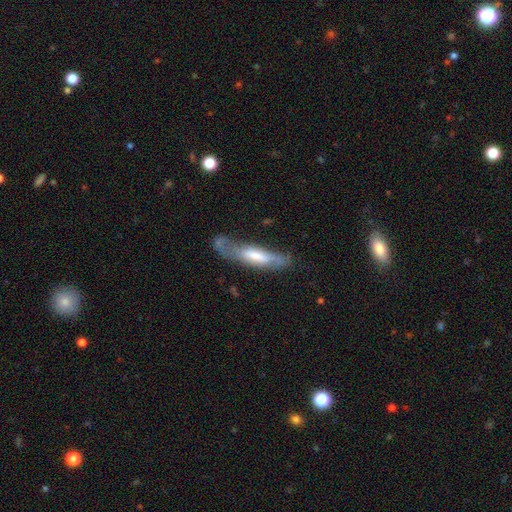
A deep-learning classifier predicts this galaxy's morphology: Smooth or featured? Predicted: featured or disk (p=0.49). Merging? Predicted: none (p=0.50).